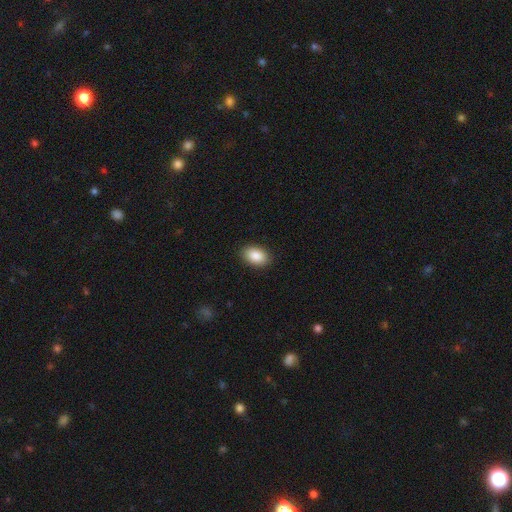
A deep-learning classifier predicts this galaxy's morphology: Q: Smooth or featured?
A: smooth (89%); runner-up: star or artifact (7%)
Q: How rounded?
A: in between (89%); runner-up: round (10%)
Q: Merging?
A: none (89%); runner-up: minor disturbance (8%)